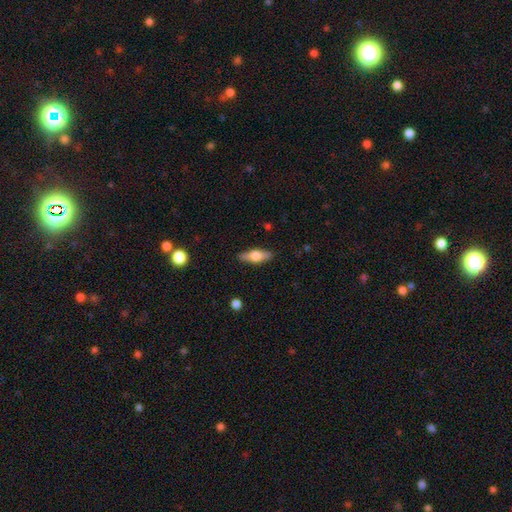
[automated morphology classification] Smooth or featured: smooth — 55% (featured or disk — 39%)
How rounded: in between — 58% (cigar-shaped — 39%)
Merging: none — 87% (minor disturbance — 10%)